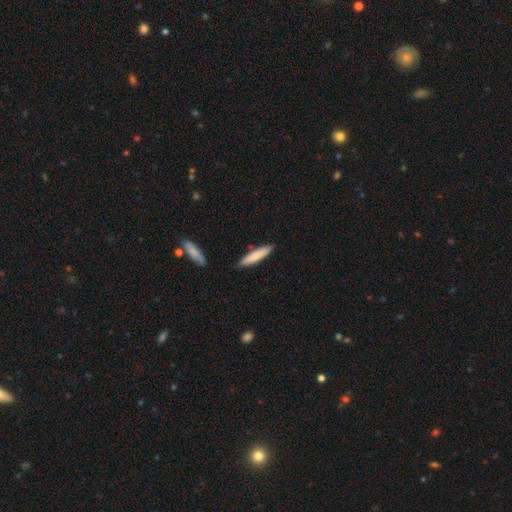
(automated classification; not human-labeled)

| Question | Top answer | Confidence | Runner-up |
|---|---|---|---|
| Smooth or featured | smooth | 78% | featured or disk (16%) |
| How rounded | cigar-shaped | 84% | in between (15%) |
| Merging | none | 85% | minor disturbance (10%) |